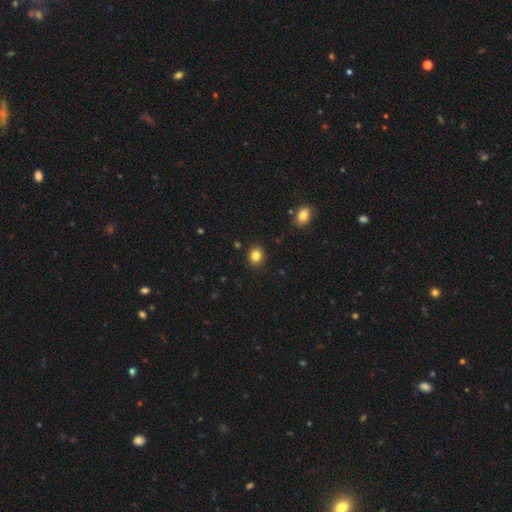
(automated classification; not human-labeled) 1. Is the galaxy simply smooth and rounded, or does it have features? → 83% smooth, 11% star or artifact, 6% featured or disk.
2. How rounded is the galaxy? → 75% round, 24% in between, 1% cigar-shaped.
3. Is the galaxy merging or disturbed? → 90% none, 7% minor disturbance, 2% major disturbance, 1% merger.